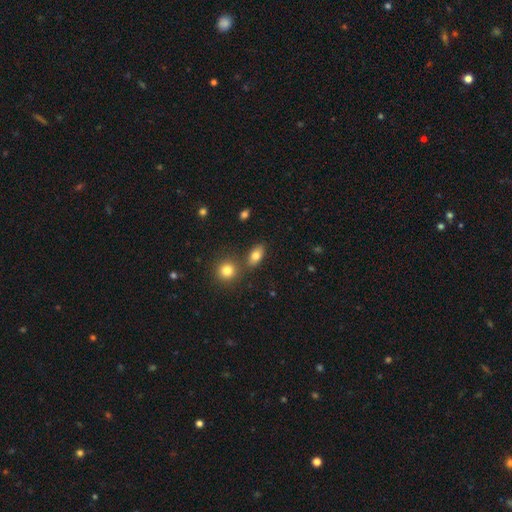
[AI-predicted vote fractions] Smooth or featured?
  - smooth: 79% *
  - featured or disk: 11%
  - star or artifact: 10%
How rounded?
  - in between: 83% *
  - round: 12%
  - cigar-shaped: 5%
Merging?
  - none: 70% *
  - merger: 16%
  - minor disturbance: 10%
  - major disturbance: 3%